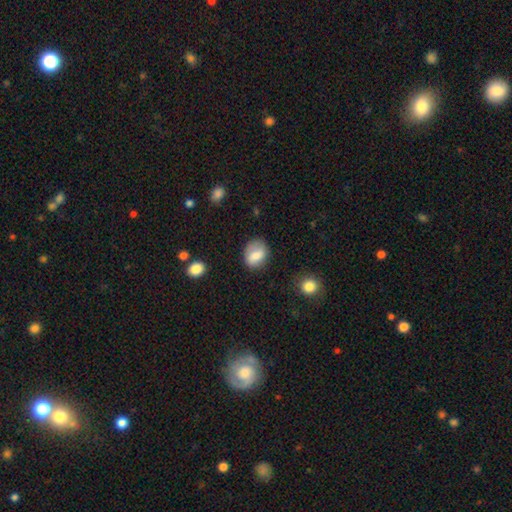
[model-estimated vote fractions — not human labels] Smooth or featured? Predicted: smooth (p=0.77). How rounded? Predicted: in between (p=0.54). Merging? Predicted: none (p=0.73).